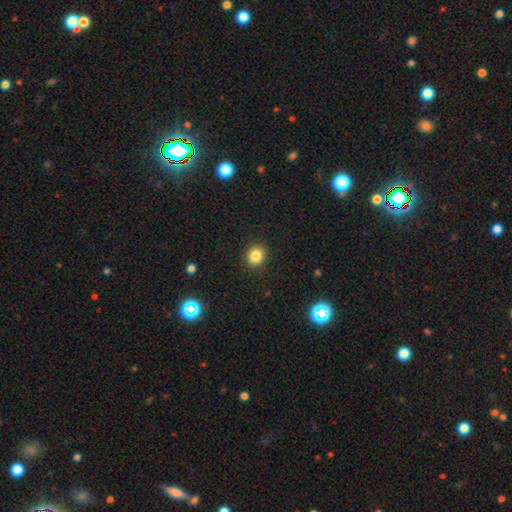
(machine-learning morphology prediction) Overall: smooth (84%). How rounded: round (75%). Merging: none (91%).